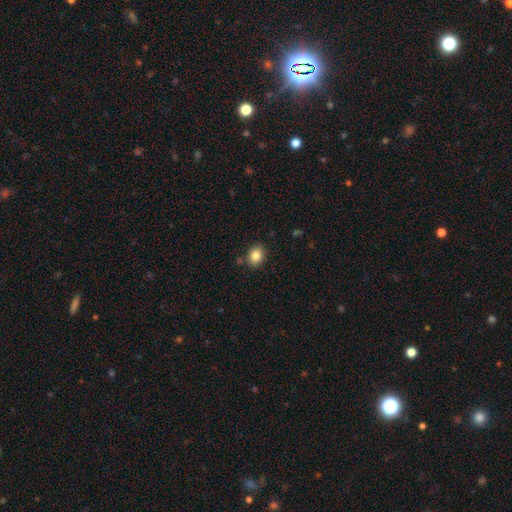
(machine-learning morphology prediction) smooth_or_featured: smooth (p=0.84) [alt: star or artifact p=0.10]
how_rounded: round (p=0.57) [alt: in between p=0.43]
merging: none (p=0.86) [alt: minor disturbance p=0.09]